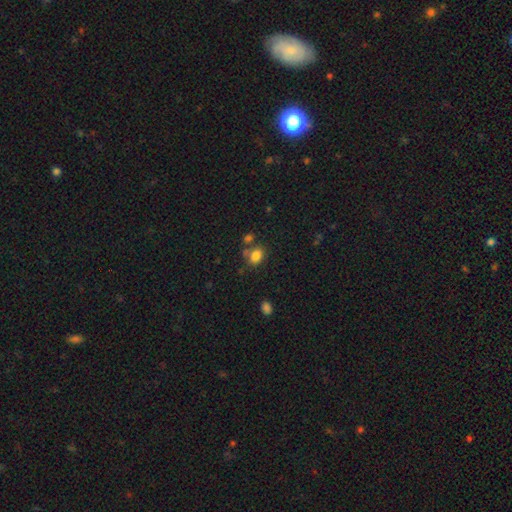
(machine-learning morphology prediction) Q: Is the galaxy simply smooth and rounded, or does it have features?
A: smooth — 82%.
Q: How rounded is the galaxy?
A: in between — 60%.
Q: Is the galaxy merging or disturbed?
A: none — 60%.